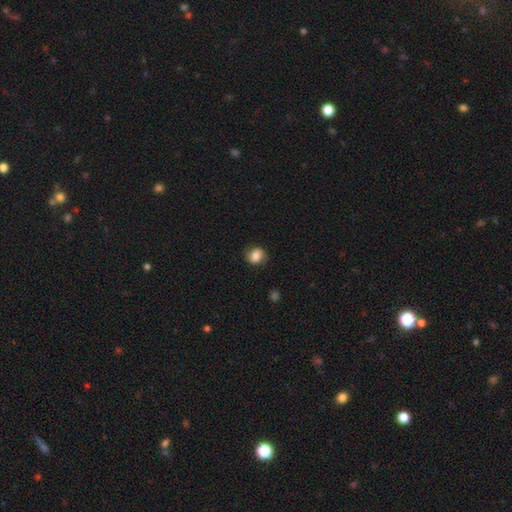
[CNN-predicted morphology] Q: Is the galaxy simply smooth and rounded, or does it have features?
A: smooth — 77%.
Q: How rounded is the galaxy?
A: round — 60%.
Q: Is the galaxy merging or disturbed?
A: none — 76%.